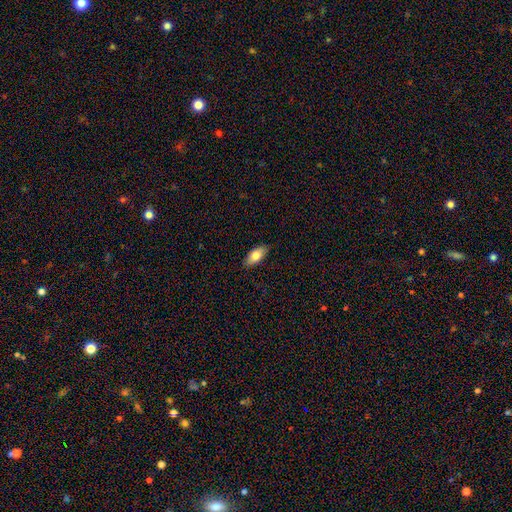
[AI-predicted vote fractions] Morphology: type=smooth (80%); roundness=in between (87%); merging=none (85%).